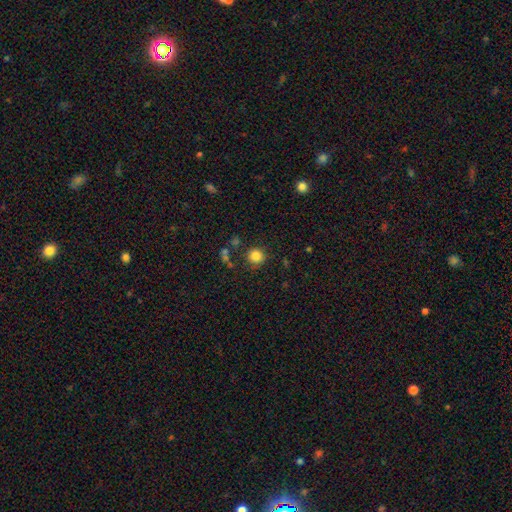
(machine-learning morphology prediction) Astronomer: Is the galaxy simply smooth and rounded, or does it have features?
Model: smooth — 84%.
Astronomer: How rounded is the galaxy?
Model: round — 92%.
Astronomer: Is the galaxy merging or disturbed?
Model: none — 84%.